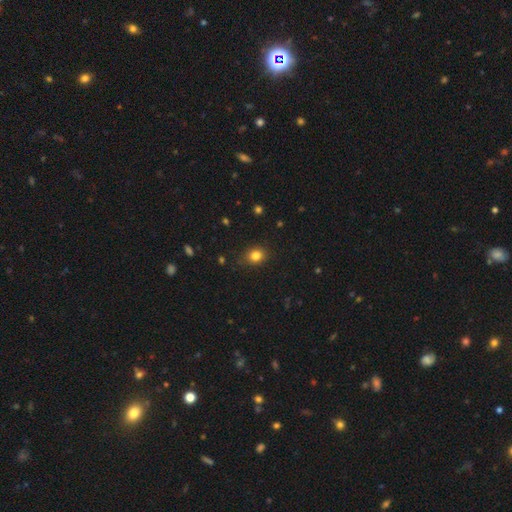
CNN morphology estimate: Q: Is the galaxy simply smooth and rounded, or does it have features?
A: smooth — 82%.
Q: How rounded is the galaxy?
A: round — 58%.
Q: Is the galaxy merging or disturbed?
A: none — 83%.